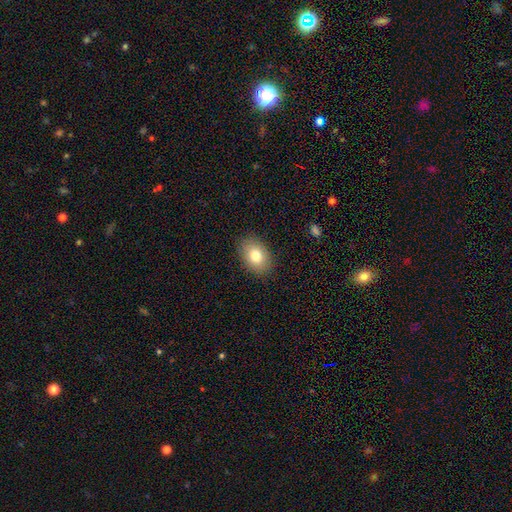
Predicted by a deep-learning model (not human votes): Smooth or featured? Predicted: smooth (p=0.78). How rounded? Predicted: in between (p=0.82). Merging? Predicted: none (p=0.88).